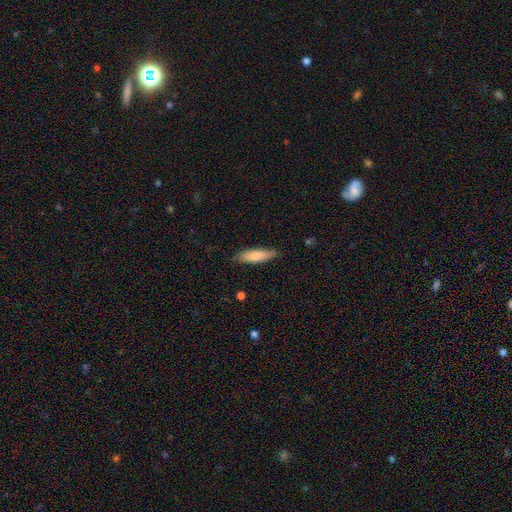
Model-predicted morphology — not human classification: A smooth galaxy with no disk features (80%) that is cigar-shaped (53%). Merging: none (80%).